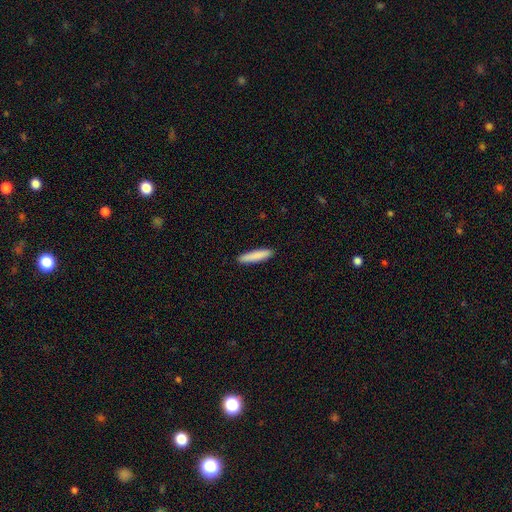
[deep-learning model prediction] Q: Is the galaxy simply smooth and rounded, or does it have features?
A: smooth — 87%.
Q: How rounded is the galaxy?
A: cigar-shaped — 86%.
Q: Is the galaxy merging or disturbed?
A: none — 91%.